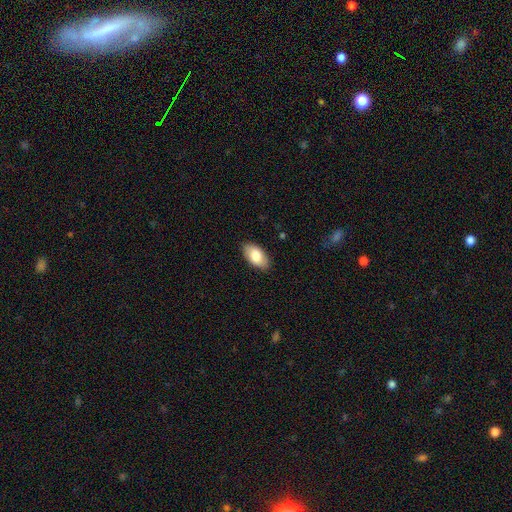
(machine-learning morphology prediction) type=smooth (83%); roundness=in between (95%); merging=none (88%).